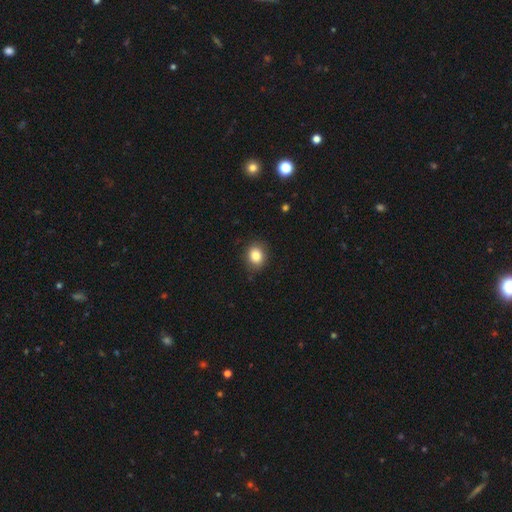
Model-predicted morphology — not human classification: A smooth galaxy with no disk features (84%) that is round (60%).

Vote fractions:
- Smooth or featured? smooth: 84% / star or artifact: 10% / featured or disk: 6%
- How rounded? round: 60% / in between: 39% / cigar-shaped: 1%
- Merging? none: 84% / minor disturbance: 12% / major disturbance: 3% / merger: 1%